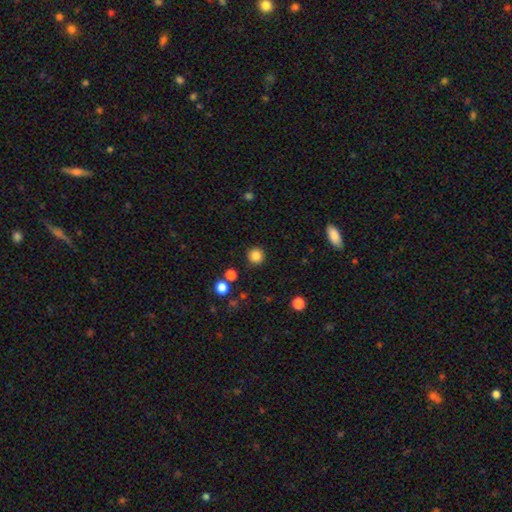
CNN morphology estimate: This is clearly a smooth galaxy (85%). How rounded: clearly round (95%). Merging: clearly none (91%).